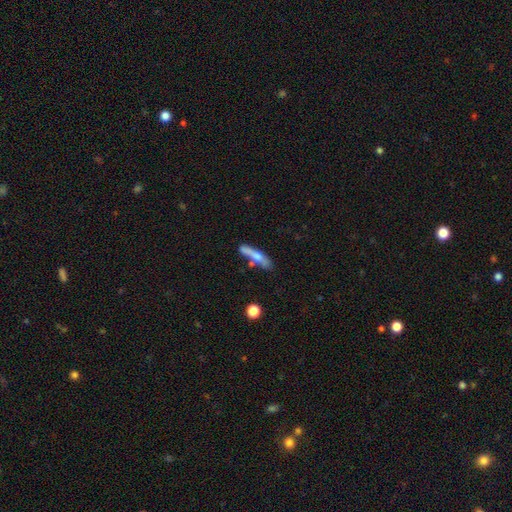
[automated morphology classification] Smooth or featured: smooth — 60% (featured or disk — 33%)
How rounded: cigar-shaped — 81% (in between — 16%)
Merging: none — 52% (minor disturbance — 22%)